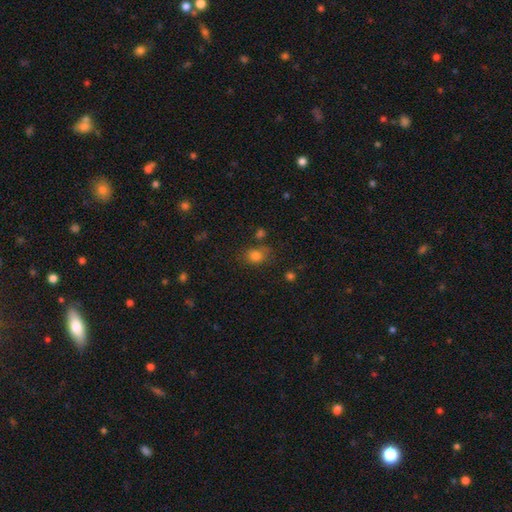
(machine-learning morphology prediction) smooth_or_featured: smooth (p=0.80) [alt: star or artifact p=0.13]
how_rounded: in between (p=0.54) [alt: round p=0.45]
merging: none (p=0.66) [alt: minor disturbance p=0.20]